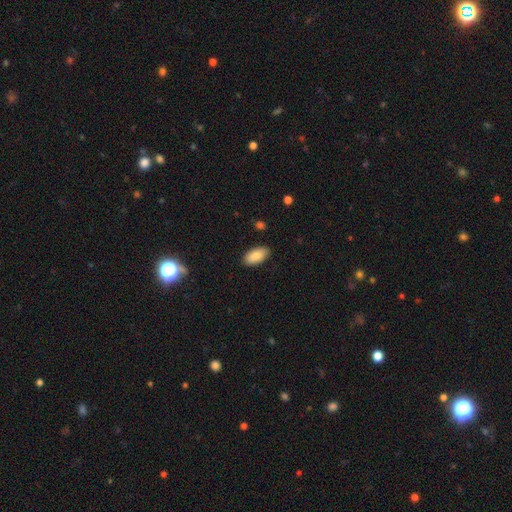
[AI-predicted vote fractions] Overall: smooth (88%). How rounded: in between (94%). Merging: none (88%).